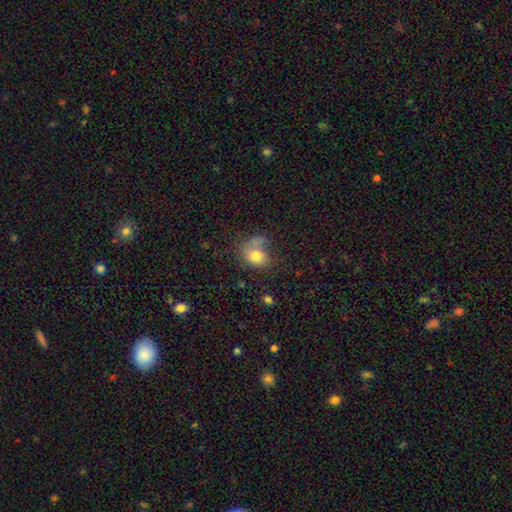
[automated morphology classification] Smooth or featured? smooth (74%)
How rounded? round (50%)
Merging? none (37%)